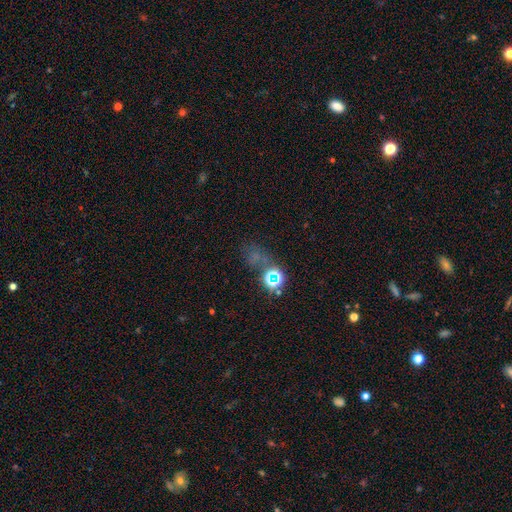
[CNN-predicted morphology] This appears to be a star or artifact, not a galaxy (56%).